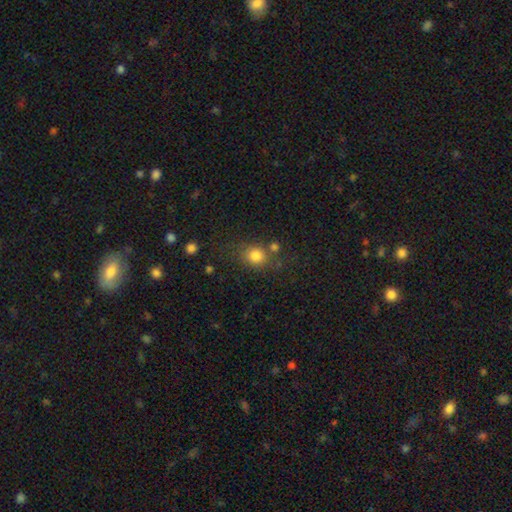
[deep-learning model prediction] smooth_or_featured: smooth (p=0.82) [alt: star or artifact p=0.12]
how_rounded: round (p=0.71) [alt: in between p=0.28]
merging: none (p=0.67) [alt: minor disturbance p=0.15]